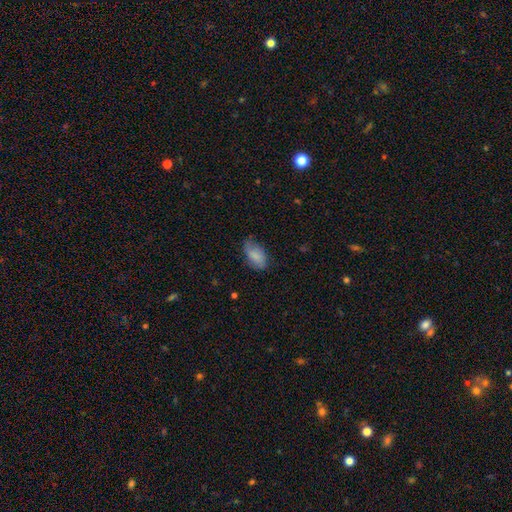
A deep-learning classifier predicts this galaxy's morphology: Smooth or featured? Predicted: smooth (p=0.82). How rounded? Predicted: in between (p=0.93). Merging? Predicted: none (p=0.63).